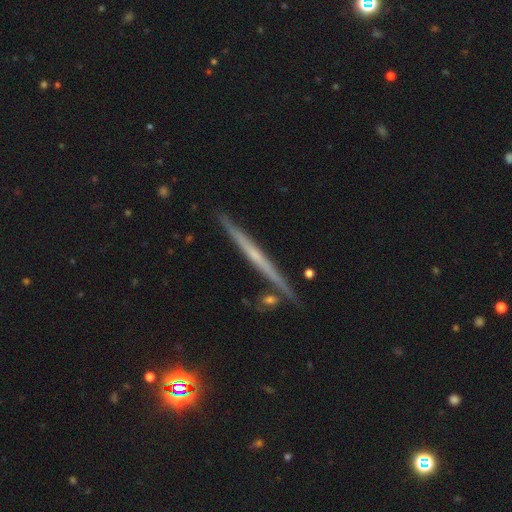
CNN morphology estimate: type=featured or disk (68%); edge-on=yes (97%); edge-on bulge=none (70%); merging=none (88%).